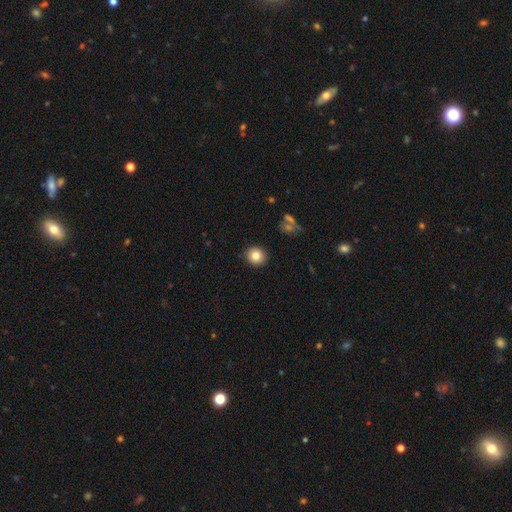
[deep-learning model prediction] The model was most divided on "smooth or featured": smooth: 82%, star or artifact: 10%, featured or disk: 8%. More confident: merging — none (91%); how rounded — round (86%).